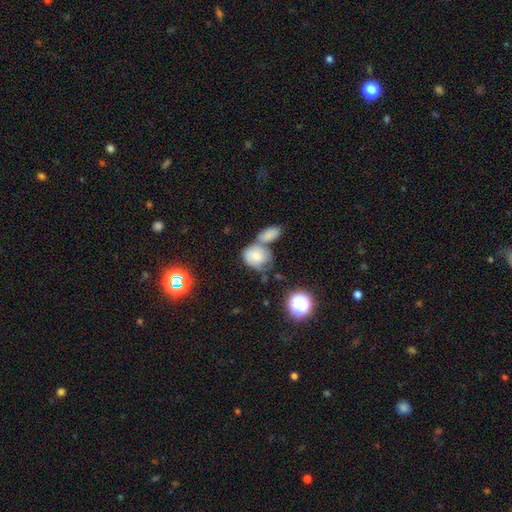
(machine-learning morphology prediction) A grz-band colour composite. It shows a smooth galaxy with no disk features (68%) that is round (54%). Merging: merger (48%).